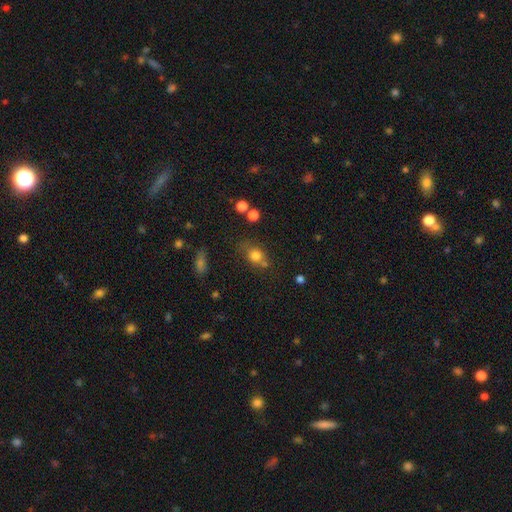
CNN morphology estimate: Overall: smooth (78%). How rounded: round (53%; in between 45%). Merging: none (57%; minor disturbance 20%).